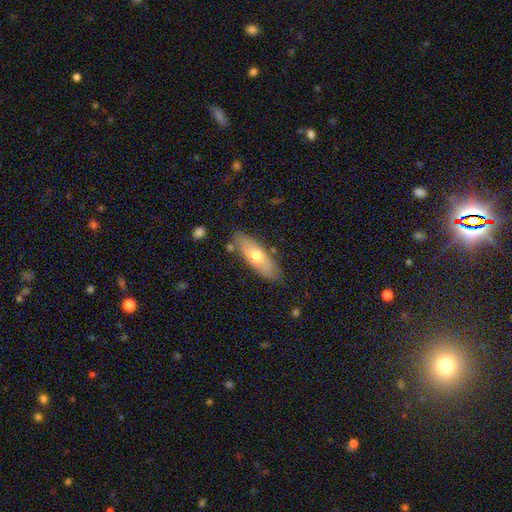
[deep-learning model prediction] smooth-or-featured: smooth: 58% | featured or disk: 36% | star or artifact: 6%
  how-rounded: in between: 61% | cigar-shaped: 36% | round: 2%
  merging: none: 79% | minor disturbance: 15% | merger: 3% | major disturbance: 3%